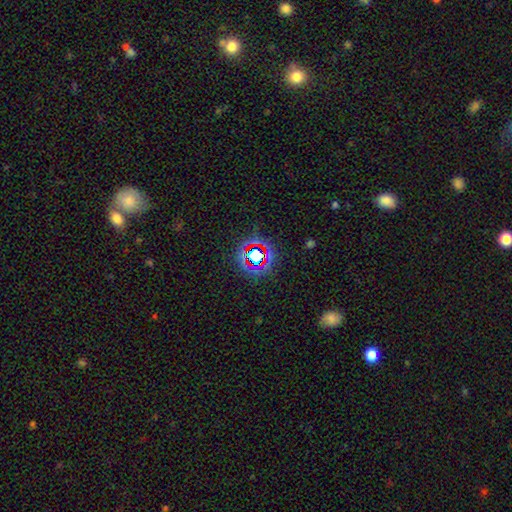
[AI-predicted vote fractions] This is likely a star or artifact rather than a galaxy (66%).